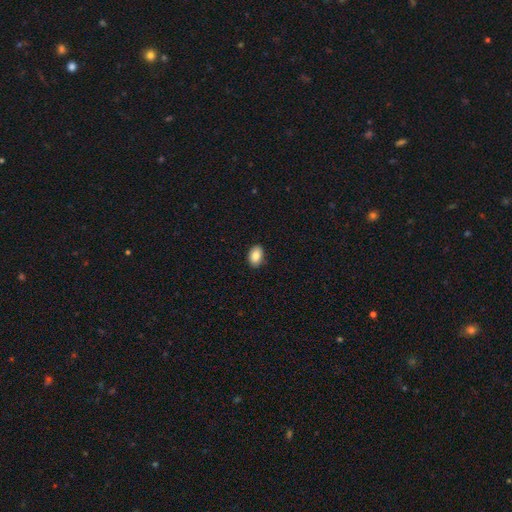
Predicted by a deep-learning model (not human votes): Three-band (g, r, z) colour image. It shows a smooth galaxy with no disk features (87%) that is in between round and cigar-shaped (87%). Merging: none (88%).